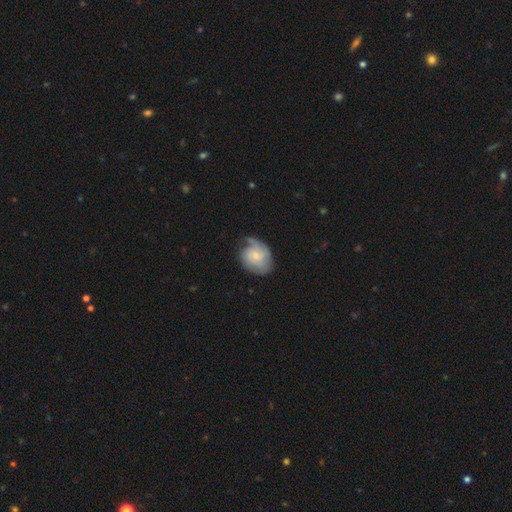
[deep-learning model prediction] Q: Smooth or featured?
A: featured or disk (53%); runner-up: smooth (41%)
Q: Edge-on disk?
A: no (97%); runner-up: yes (3%)
Q: Bar?
A: no (72%); runner-up: weak (25%)
Q: Spiral arms?
A: yes (86%); runner-up: no (14%)
Q: Bulge size?
A: small (62%); runner-up: moderate (26%)
Q: Merging?
A: none (51%); runner-up: minor disturbance (32%)